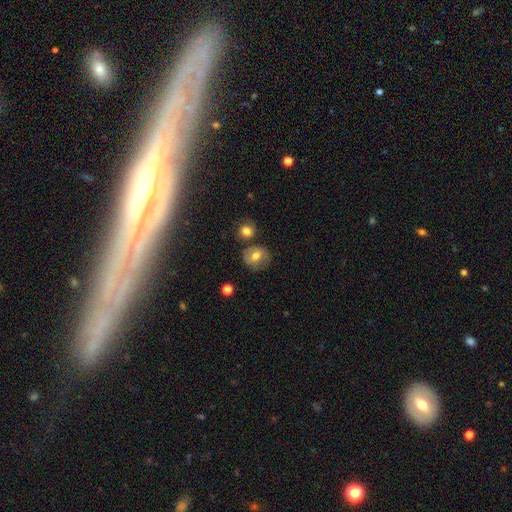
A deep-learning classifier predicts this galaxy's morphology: This appears to be a smooth galaxy with no disk features (63%) that is round (70%). Merging: none (66%).